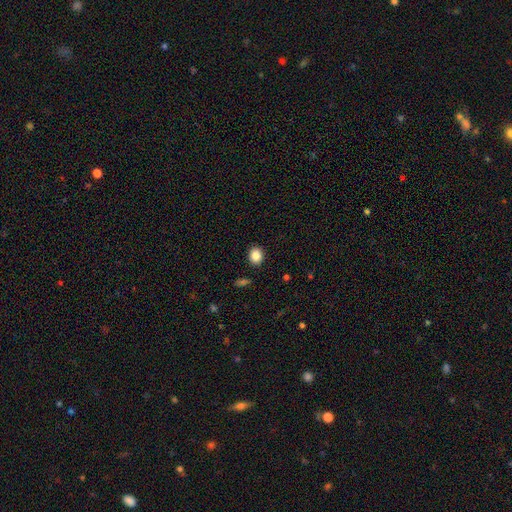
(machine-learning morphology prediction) Smooth or featured? smooth (86%)
How rounded? round (59%)
Merging? none (90%)